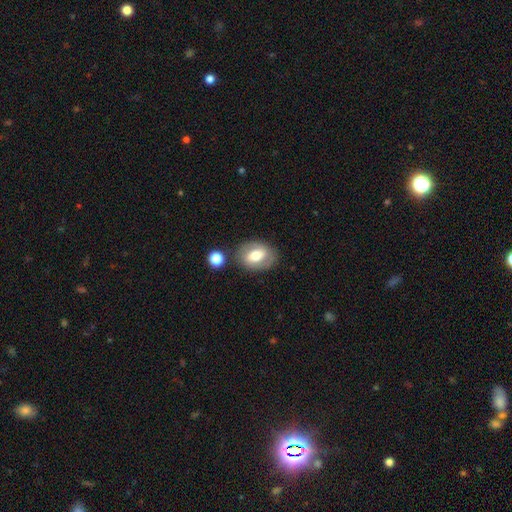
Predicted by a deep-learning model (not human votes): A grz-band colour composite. It shows a smooth galaxy with no disk features (57%) that is in between round and cigar-shaped (76%). Merging: none (75%).